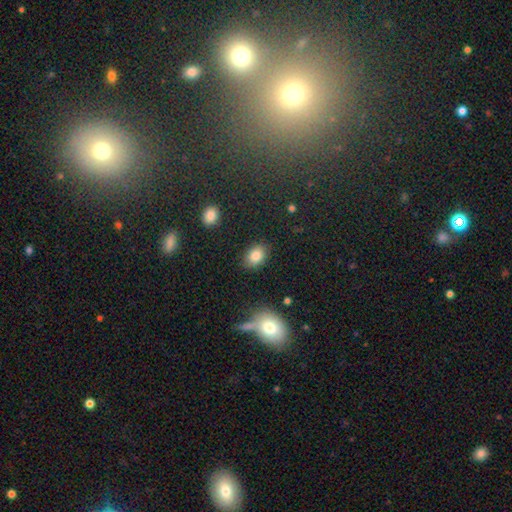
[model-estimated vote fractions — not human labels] Morphology: type=smooth (84%); roundness=in between (79%); merging=none (85%).